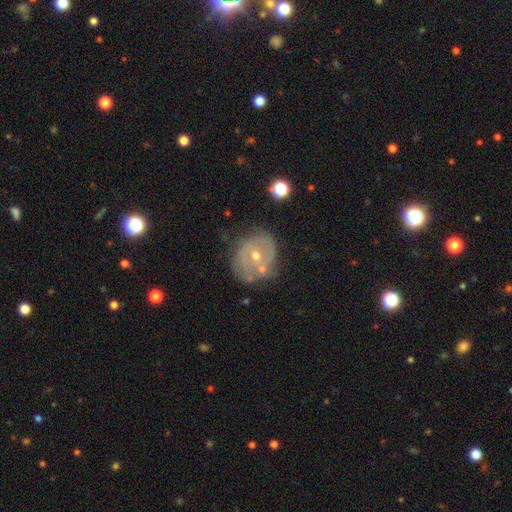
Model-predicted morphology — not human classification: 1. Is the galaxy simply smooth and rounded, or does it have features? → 71% featured or disk, 20% smooth, 9% star or artifact.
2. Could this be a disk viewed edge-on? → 96% no, 4% yes.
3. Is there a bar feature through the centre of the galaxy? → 69% no, 25% weak, 7% strong.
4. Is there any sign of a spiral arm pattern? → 71% yes, 29% no.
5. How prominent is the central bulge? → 56% small, 41% moderate, 1% large, 1% none, 1% dominant.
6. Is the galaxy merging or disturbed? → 62% none, 20% minor disturbance, 10% merger, 8% major disturbance.